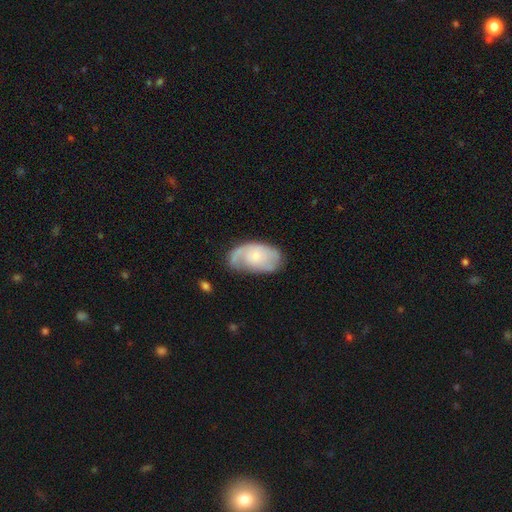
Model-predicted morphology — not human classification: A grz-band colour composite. It shows a featured or disk galaxy (59%) with no bar (74%), spiral arms (83%) and a small central bulge (58%). Merging: none (57%).